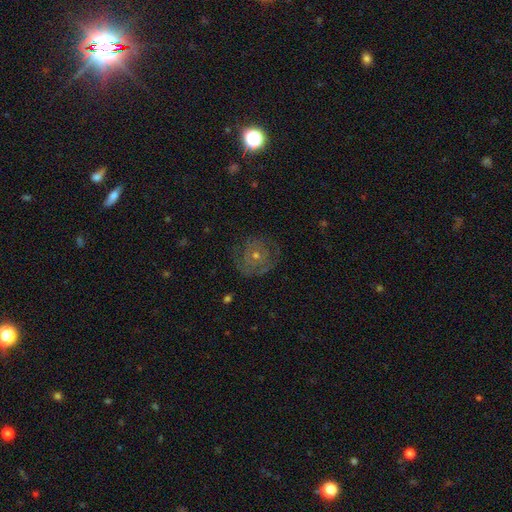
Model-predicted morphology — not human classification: Smooth or featured? featured or disk (61%)
Edge-on disk? no (97%)
Bar? no (84%)
Spiral arms? yes (74%)
Bulge size? small (59%)
Merging? none (76%)